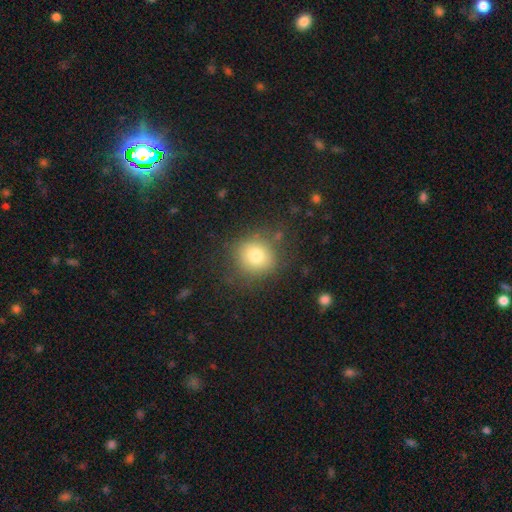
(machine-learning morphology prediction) Smooth or featured?
  - smooth: 78% *
  - star or artifact: 12%
  - featured or disk: 10%
How rounded?
  - round: 85% *
  - in between: 14%
  - cigar-shaped: 1%
Merging?
  - none: 81% *
  - minor disturbance: 12%
  - major disturbance: 5%
  - merger: 2%